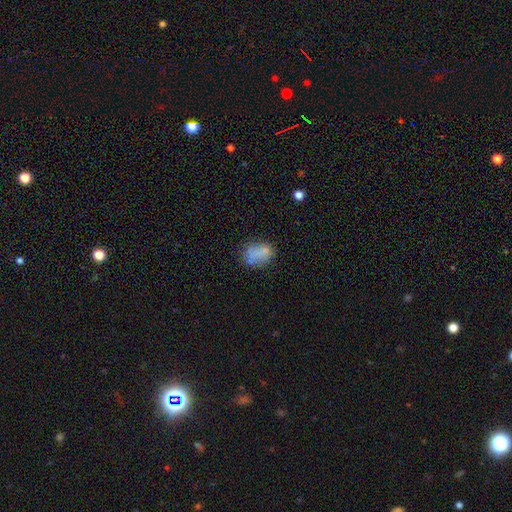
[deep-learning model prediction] Smooth or featured? Predicted: smooth (p=0.65). How rounded? Predicted: in between (p=0.72). Merging? Predicted: none (p=0.61).